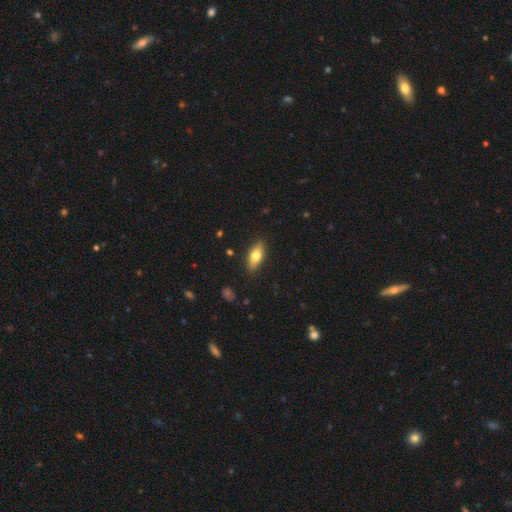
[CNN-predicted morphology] type=smooth (67%); roundness=in between (72%); merging=none (87%).